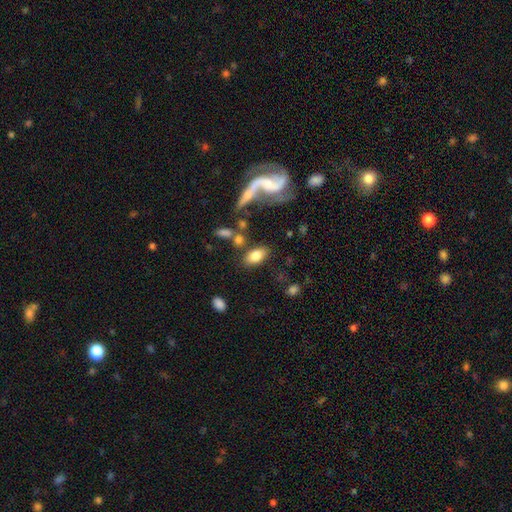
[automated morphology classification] type=smooth (77%); roundness=in between (91%); merging=none (73%).